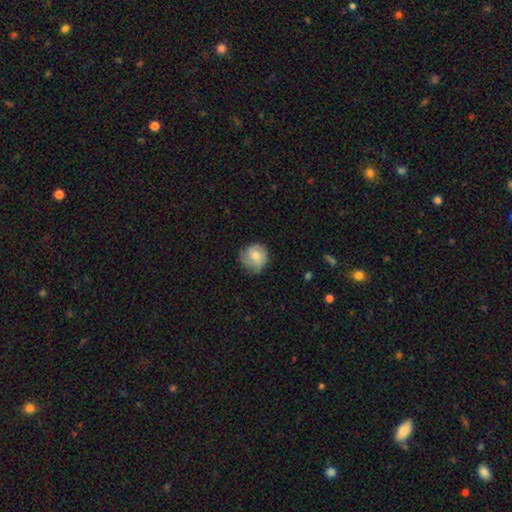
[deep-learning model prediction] A smooth galaxy with no disk features (68%) that is round (90%). Merging: none (68%).